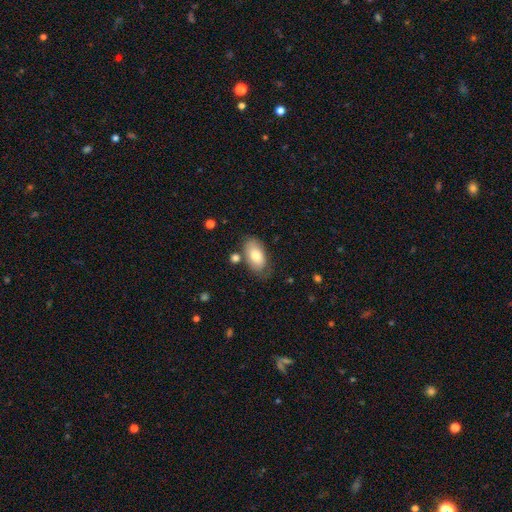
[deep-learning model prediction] Smooth or featured? smooth (76%)
How rounded? in between (94%)
Merging? none (66%)